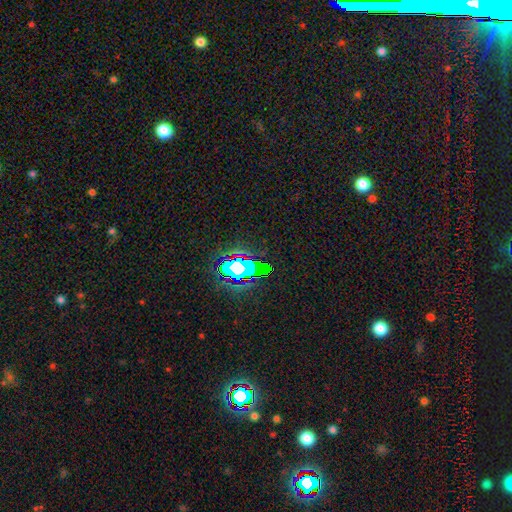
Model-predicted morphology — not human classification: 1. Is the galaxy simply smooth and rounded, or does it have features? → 78% star or artifact, 13% smooth, 9% featured or disk.